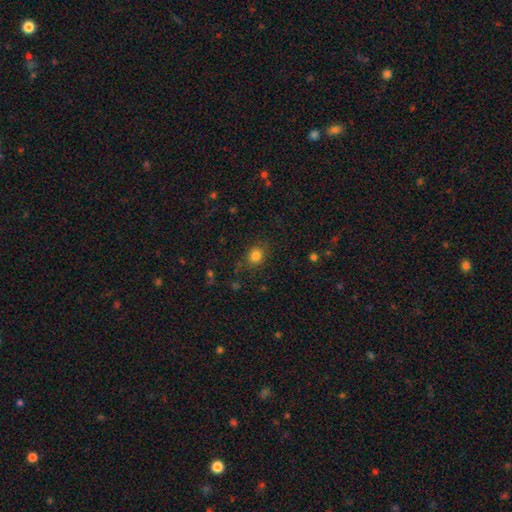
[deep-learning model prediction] Q: Smooth or featured?
A: smooth (82%); runner-up: star or artifact (13%)
Q: How rounded?
A: round (76%); runner-up: in between (23%)
Q: Merging?
A: none (83%); runner-up: minor disturbance (11%)